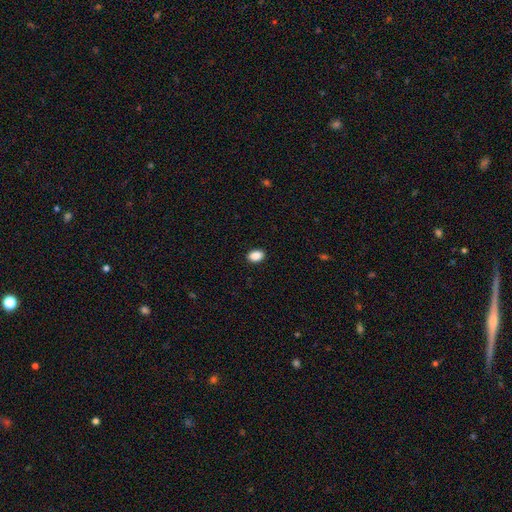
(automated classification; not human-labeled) A smooth galaxy with no disk features (89%) that is in between round and cigar-shaped (81%).

Vote fractions:
- Smooth or featured? smooth: 89% / star or artifact: 8% / featured or disk: 3%
- How rounded? in between: 81% / round: 18% / cigar-shaped: 1%
- Merging? none: 90% / minor disturbance: 7% / major disturbance: 2% / merger: 1%